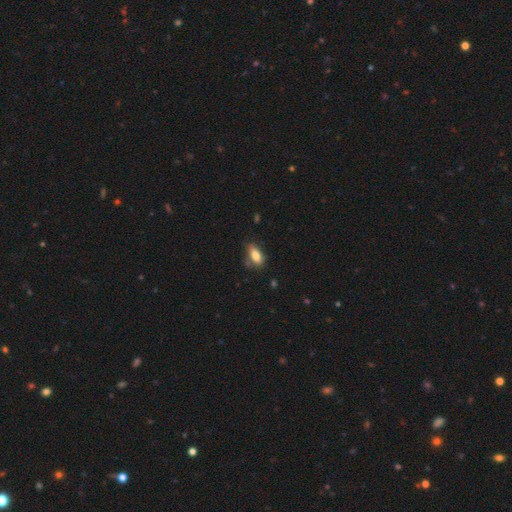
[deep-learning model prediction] Smooth or featured? Predicted: smooth (p=0.78). How rounded? Predicted: in between (p=0.86). Merging? Predicted: none (p=0.60).